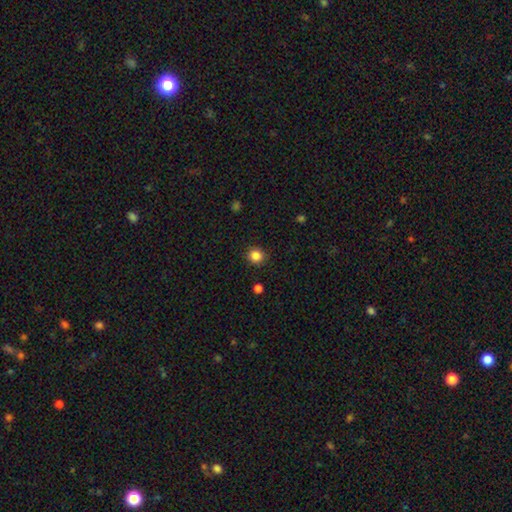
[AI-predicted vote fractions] smooth 85%, star or artifact 11%, featured or disk 4%. Down the decision tree: how rounded — round (89%); merging — none (90%).